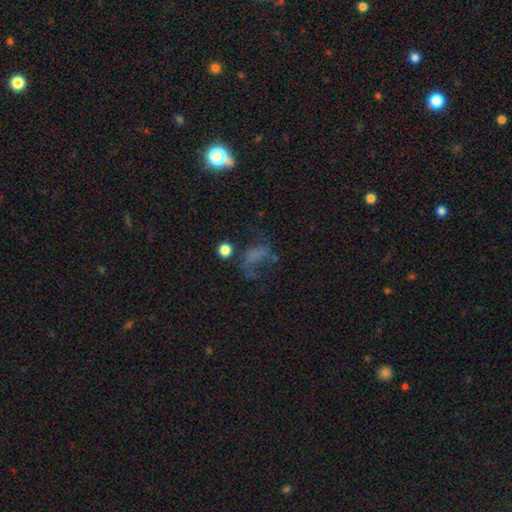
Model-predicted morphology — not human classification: Overall: featured or disk (38%; smooth 36%). Merging: major disturbance (37%, tied with none).